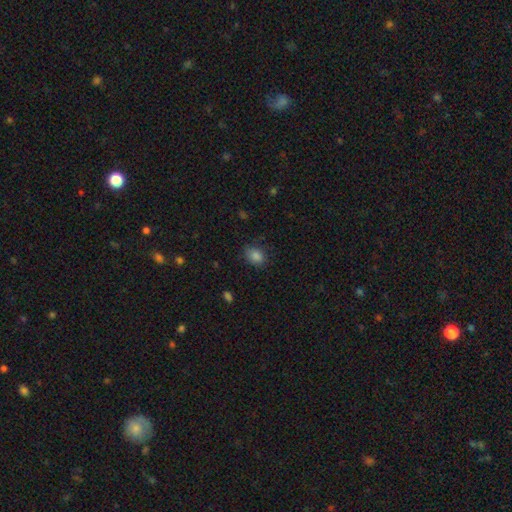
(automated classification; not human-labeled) smooth_or_featured: smooth (p=0.85) [alt: star or artifact p=0.11]
how_rounded: in between (p=0.60) [alt: round p=0.39]
merging: none (p=0.80) [alt: minor disturbance p=0.15]